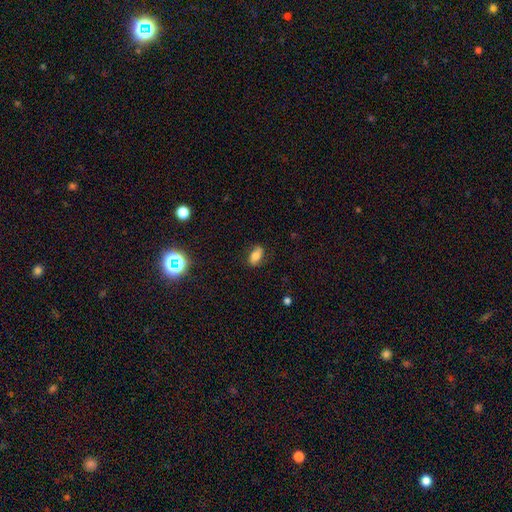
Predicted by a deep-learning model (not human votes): A smooth galaxy with no disk features (71%) that is in between round and cigar-shaped (87%).

Vote fractions:
- Smooth or featured? smooth: 71% / featured or disk: 18% / star or artifact: 12%
- How rounded? in between: 87% / round: 7% / cigar-shaped: 6%
- Merging? none: 77% / minor disturbance: 17% / major disturbance: 5% / merger: 1%